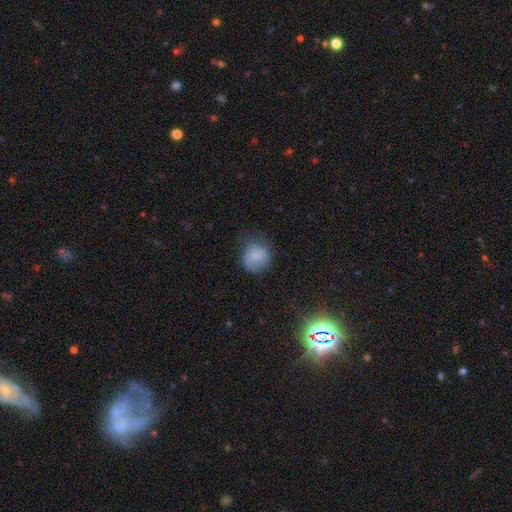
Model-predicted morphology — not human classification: Overall: smooth (79%). How rounded: round (77%). Merging: none (56%; minor disturbance 28%).